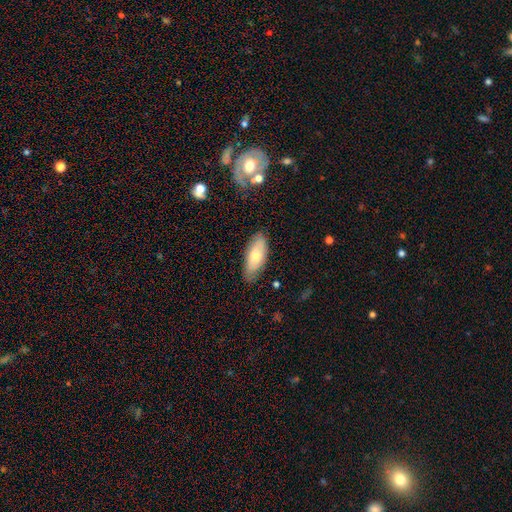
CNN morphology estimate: Smooth or featured? Predicted: smooth (p=0.69). How rounded? Predicted: in between (p=0.84). Merging? Predicted: none (p=0.79).